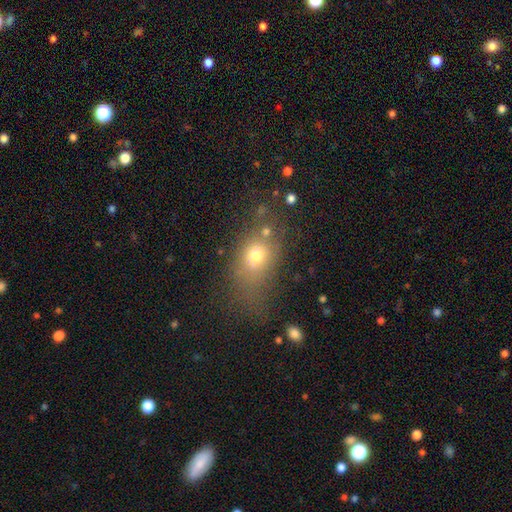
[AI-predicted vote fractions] A smooth galaxy with no disk features (67%) that is in between round and cigar-shaped (66%).

Vote fractions:
- Smooth or featured? smooth: 67% / featured or disk: 17% / star or artifact: 16%
- How rounded? in between: 66% / round: 28% / cigar-shaped: 5%
- Merging? none: 49% / minor disturbance: 22% / major disturbance: 18% / merger: 11%